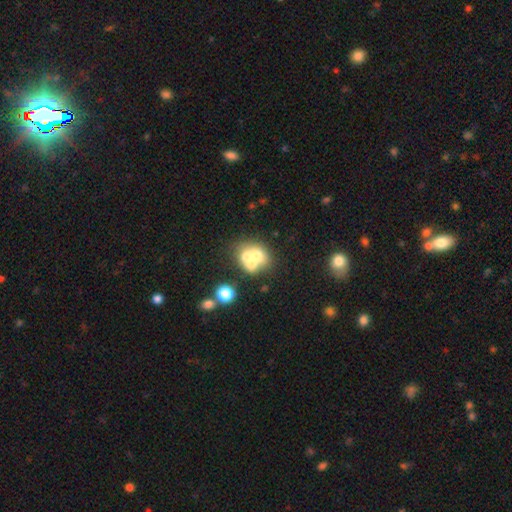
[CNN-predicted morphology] smooth-or-featured: smooth: 54% | featured or disk: 33% | star or artifact: 13%
  how-rounded: round: 64% | in between: 35% | cigar-shaped: 1%
  merging: merger: 61% | none: 26% | minor disturbance: 7% | major disturbance: 5%